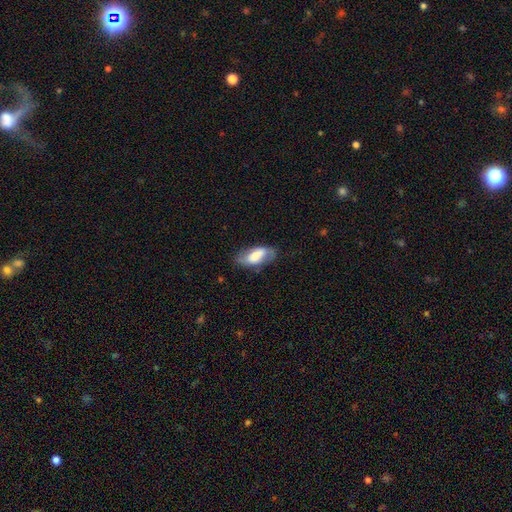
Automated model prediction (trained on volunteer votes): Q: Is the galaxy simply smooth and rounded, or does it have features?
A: smooth — 57%.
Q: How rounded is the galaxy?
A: in between — 86%.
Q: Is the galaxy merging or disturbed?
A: none — 67%.